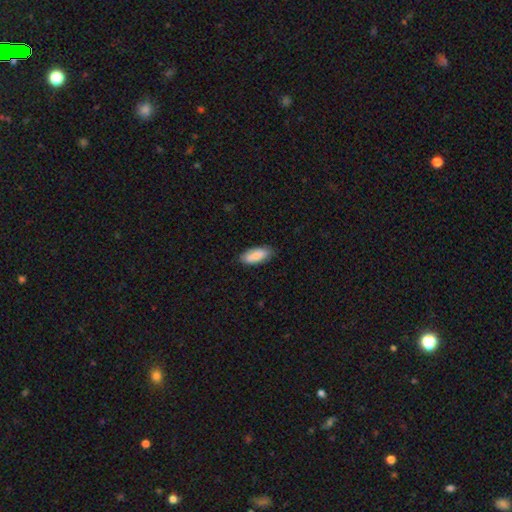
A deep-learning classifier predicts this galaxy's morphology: Smooth or featured?
  - smooth: 74% *
  - featured or disk: 20%
  - star or artifact: 6%
How rounded?
  - in between: 86% *
  - cigar-shaped: 11%
  - round: 2%
Merging?
  - none: 81% *
  - minor disturbance: 15%
  - major disturbance: 3%
  - merger: 1%